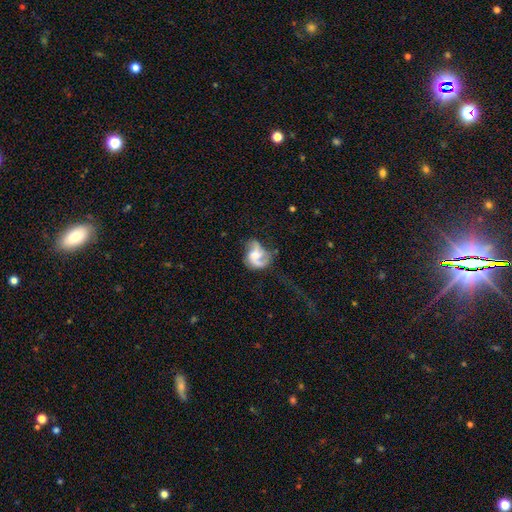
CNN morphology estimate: Smooth or featured? featured or disk (70%)
Edge-on disk? no (98%)
Bar? no (56%)
Spiral arms? yes (85%)
Spiral winding? loose (43%)
Spiral arm count? 2 (65%)
Bulge size? moderate (37%)
Merging? none (36%, tied with major disturbance)